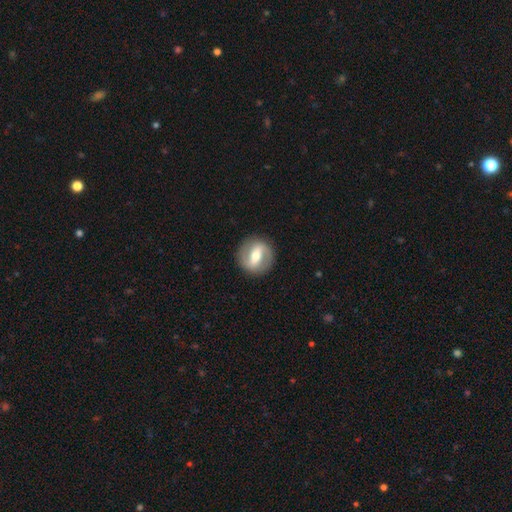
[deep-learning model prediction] This is likely a featured or disk galaxy (67%). It is clearly not viewed edge-on (92%). Bar: possibly strong (59%). Spiral arm pattern: likely yes (62%). Central bulge: likely moderate (65%). Merging: clearly none (88%).